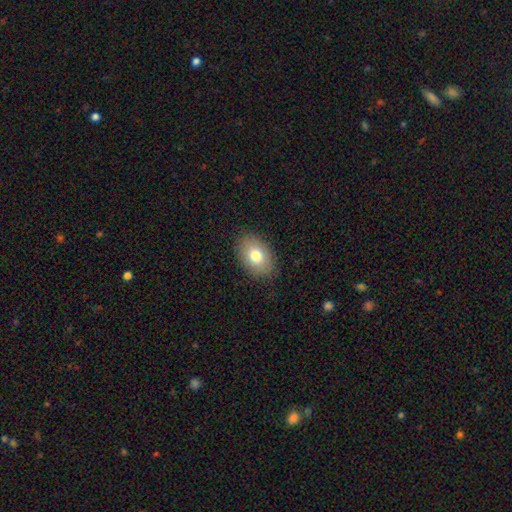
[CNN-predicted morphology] A smooth galaxy with no disk features (78%) that is in between round and cigar-shaped (84%).

Vote fractions:
- Smooth or featured? smooth: 78% / featured or disk: 13% / star or artifact: 8%
- How rounded? in between: 84% / round: 15% / cigar-shaped: 1%
- Merging? none: 86% / minor disturbance: 11% / major disturbance: 3% / merger: 1%